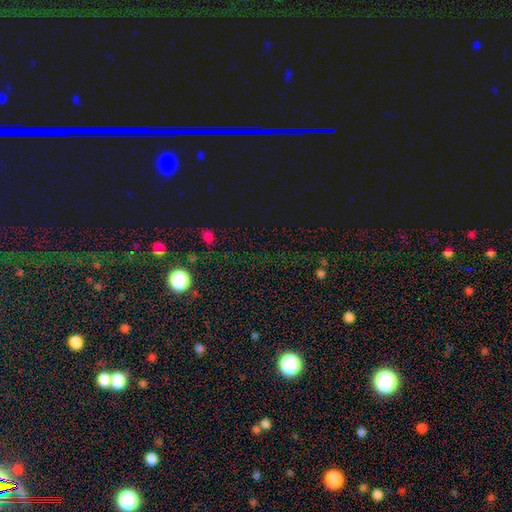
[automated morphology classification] smooth_or_featured: star or artifact (p=0.82) [alt: smooth p=0.11]